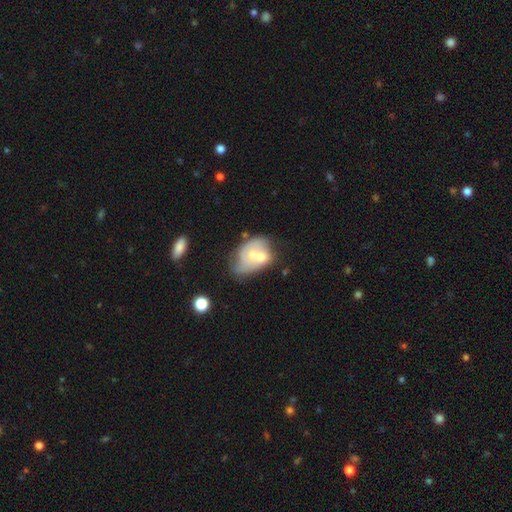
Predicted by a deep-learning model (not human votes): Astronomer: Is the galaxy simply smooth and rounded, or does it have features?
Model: featured or disk — 48% (runner-up: smooth, 45%).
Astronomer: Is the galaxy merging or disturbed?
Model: merger — 51%.